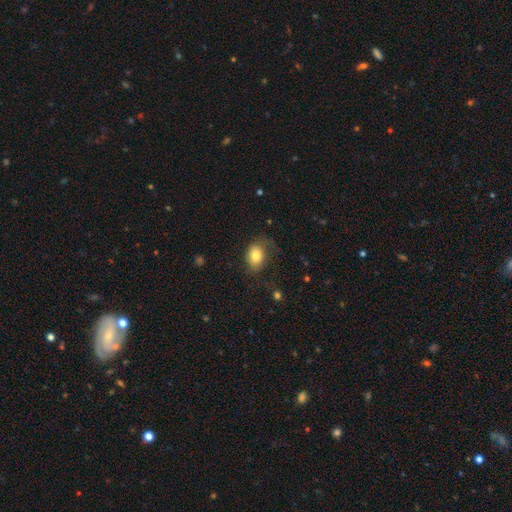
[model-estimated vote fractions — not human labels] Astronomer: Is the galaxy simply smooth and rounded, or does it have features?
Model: smooth — 80%.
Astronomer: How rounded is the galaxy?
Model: in between — 71%.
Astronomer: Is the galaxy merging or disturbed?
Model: none — 63%.